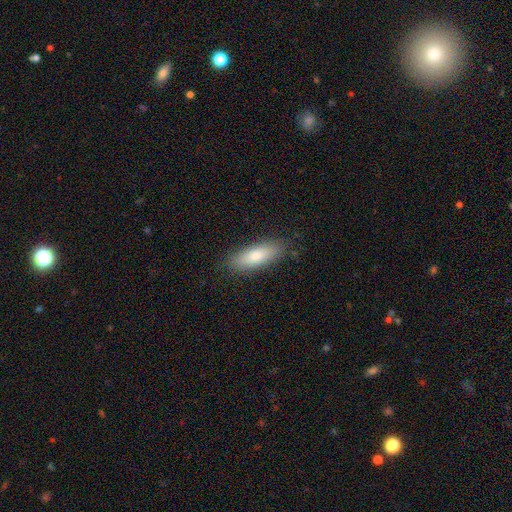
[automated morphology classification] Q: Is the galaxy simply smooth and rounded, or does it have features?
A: smooth — 78%.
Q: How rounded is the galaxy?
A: in between — 60%.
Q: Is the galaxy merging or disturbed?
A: none — 87%.